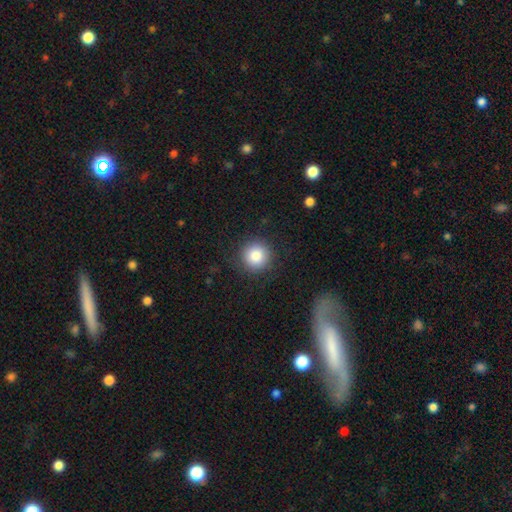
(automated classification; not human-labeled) A smooth galaxy with no disk features (84%) that is round (95%).

Vote fractions:
- Smooth or featured? smooth: 84% / star or artifact: 10% / featured or disk: 7%
- How rounded? round: 95% / in between: 4% / cigar-shaped: 1%
- Merging? none: 88% / minor disturbance: 7% / major disturbance: 3% / merger: 1%